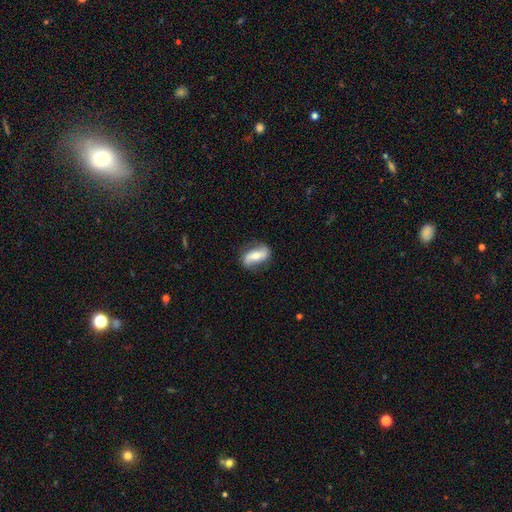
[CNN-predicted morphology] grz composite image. It shows a featured or disk galaxy (61%) with a strong bar (40%), spiral arms (81%) and a moderate central bulge (60%). Merging: none (80%).